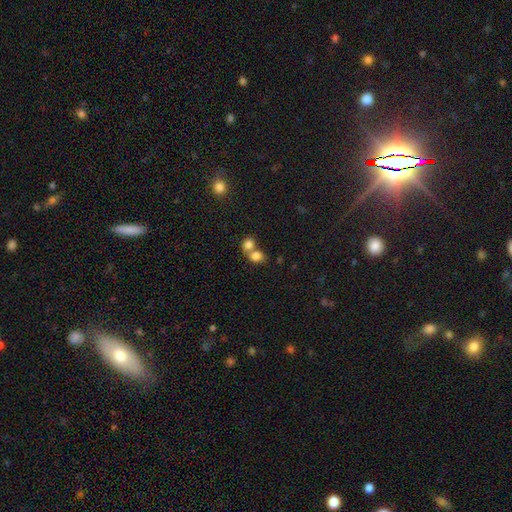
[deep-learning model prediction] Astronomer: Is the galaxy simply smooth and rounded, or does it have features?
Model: smooth — 80%.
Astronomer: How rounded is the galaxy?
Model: round — 59% (runner-up: in between, 40%).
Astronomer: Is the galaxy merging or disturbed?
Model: merger — 61%.